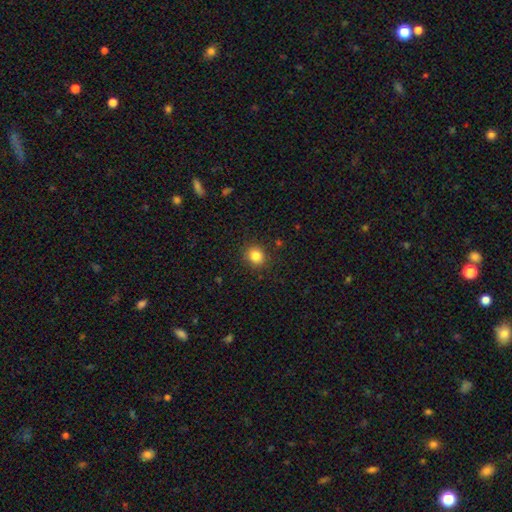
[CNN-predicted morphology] A smooth galaxy with no disk features (83%) that is round (86%). Merging: none (89%).